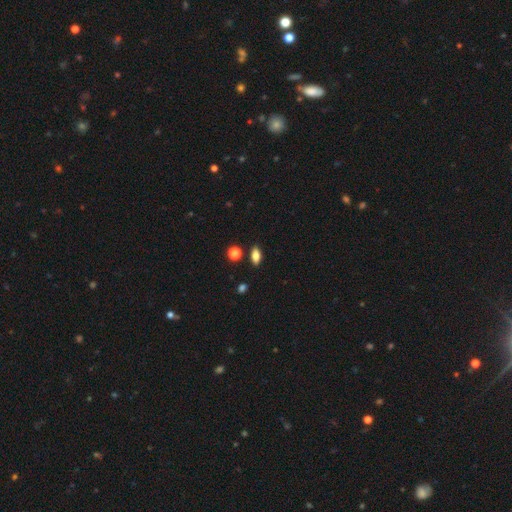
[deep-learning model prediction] This appears to be a smooth galaxy with no disk features (76%) that is in between round and cigar-shaped (81%). Merging: none (85%).